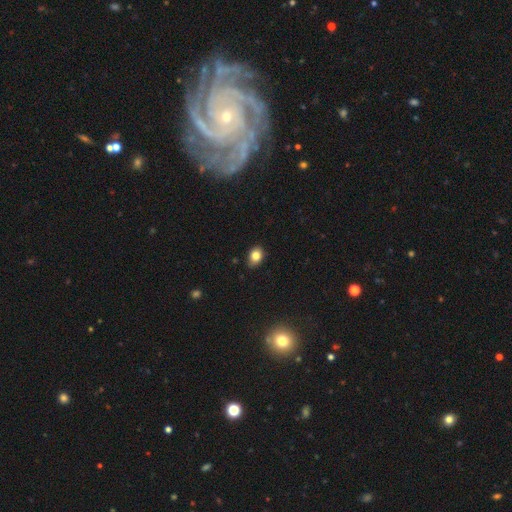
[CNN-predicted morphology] A smooth galaxy with no disk features (82%) that is in between round and cigar-shaped (70%).

Vote fractions:
- Smooth or featured? smooth: 82% / star or artifact: 10% / featured or disk: 8%
- How rounded? in between: 70% / round: 29% / cigar-shaped: 1%
- Merging? none: 80% / minor disturbance: 16% / major disturbance: 2% / merger: 1%